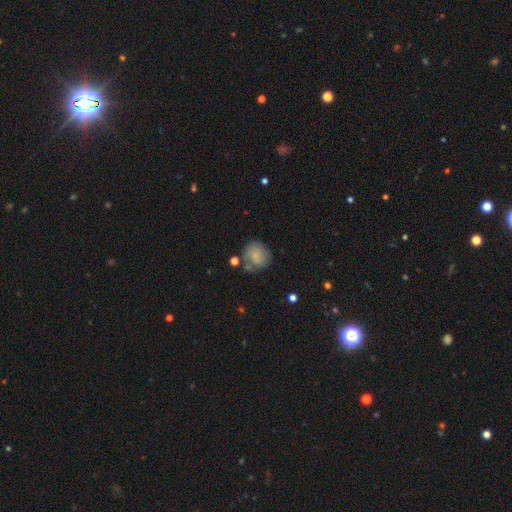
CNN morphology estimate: Q: Smooth or featured?
A: smooth (68%); runner-up: featured or disk (23%)
Q: How rounded?
A: round (82%); runner-up: in between (17%)
Q: Merging?
A: none (57%); runner-up: minor disturbance (23%)